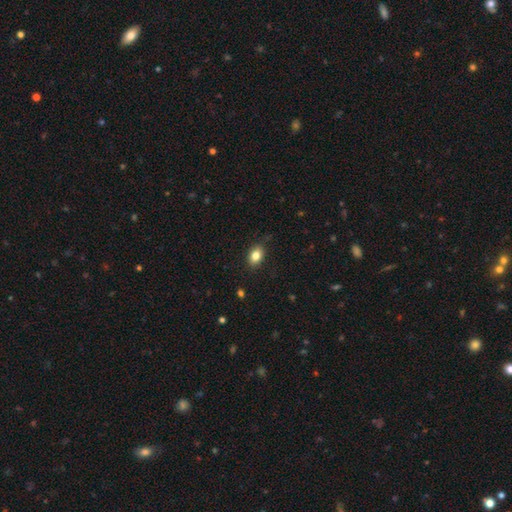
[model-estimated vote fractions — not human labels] Q: Smooth or featured?
A: smooth (83%); runner-up: star or artifact (9%)
Q: How rounded?
A: in between (79%); runner-up: round (19%)
Q: Merging?
A: none (85%); runner-up: minor disturbance (12%)